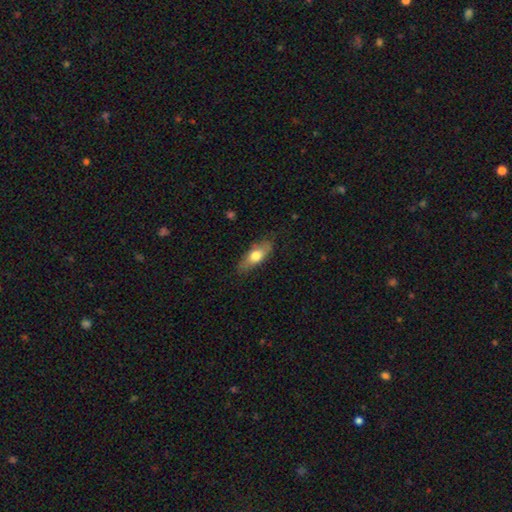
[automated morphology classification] smooth 64%, featured or disk 29%, star or artifact 6%. Down the decision tree: how rounded — in between (66%); merging — none (79%).